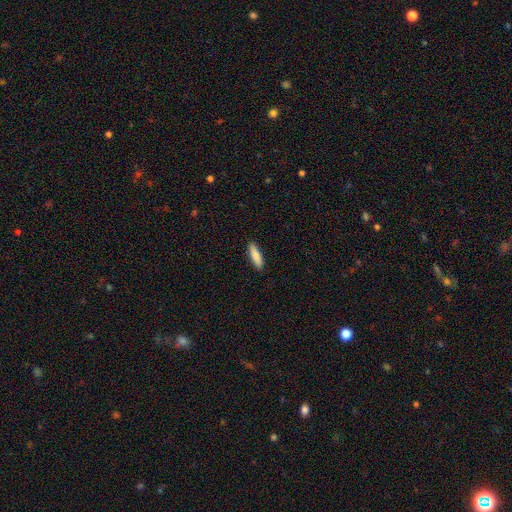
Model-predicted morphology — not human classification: Smooth or featured? Predicted: smooth (p=0.82). How rounded? Predicted: cigar-shaped (p=0.63). Merging? Predicted: none (p=0.90).